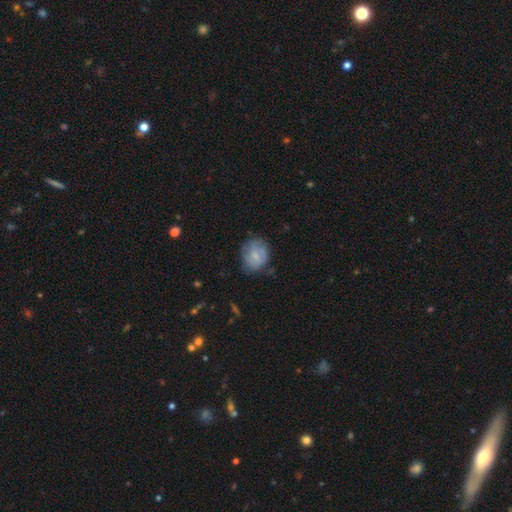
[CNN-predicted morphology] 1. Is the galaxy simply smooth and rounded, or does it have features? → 62% smooth, 30% featured or disk, 8% star or artifact.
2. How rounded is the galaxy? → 64% round, 35% in between, 1% cigar-shaped.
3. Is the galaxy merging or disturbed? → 62% none, 26% minor disturbance, 9% major disturbance, 2% merger.